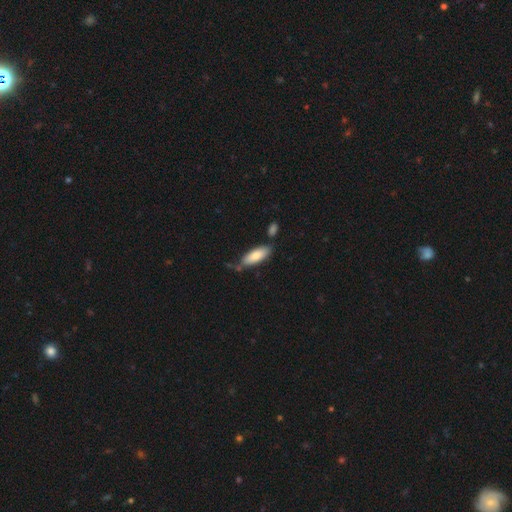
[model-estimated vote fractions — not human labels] smooth-or-featured: smooth: 80% | featured or disk: 14% | star or artifact: 5%
  how-rounded: in between: 70% | cigar-shaped: 29% | round: 2%
  merging: none: 65% | minor disturbance: 20% | merger: 10% | major disturbance: 4%